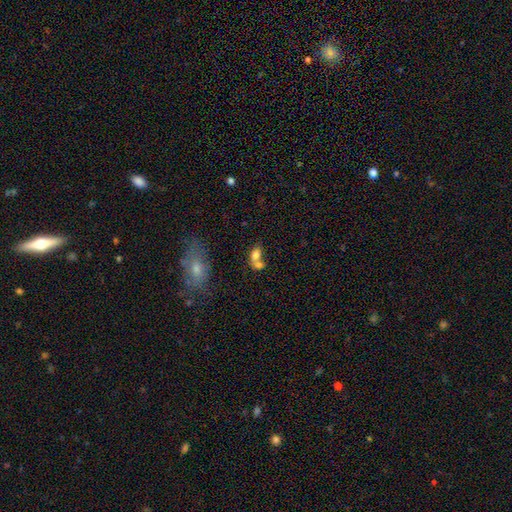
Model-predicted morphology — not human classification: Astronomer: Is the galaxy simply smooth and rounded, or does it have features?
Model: smooth — 77%.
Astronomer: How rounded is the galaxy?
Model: in between — 78%.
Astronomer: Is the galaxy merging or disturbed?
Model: merger — 61%.